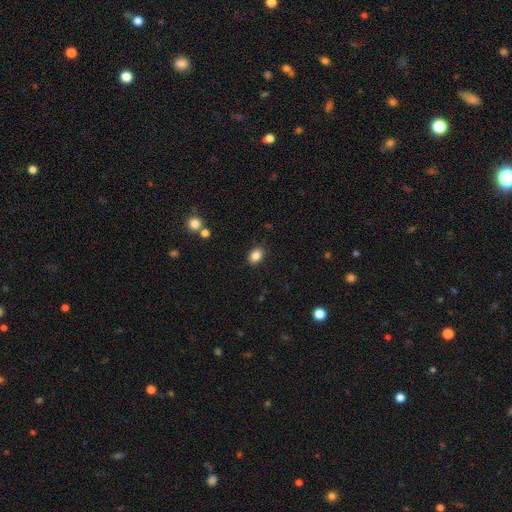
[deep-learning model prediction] smooth_or_featured: smooth (p=0.85) [alt: star or artifact p=0.10]
how_rounded: in between (p=0.73) [alt: round p=0.25]
merging: none (p=0.87) [alt: minor disturbance p=0.09]